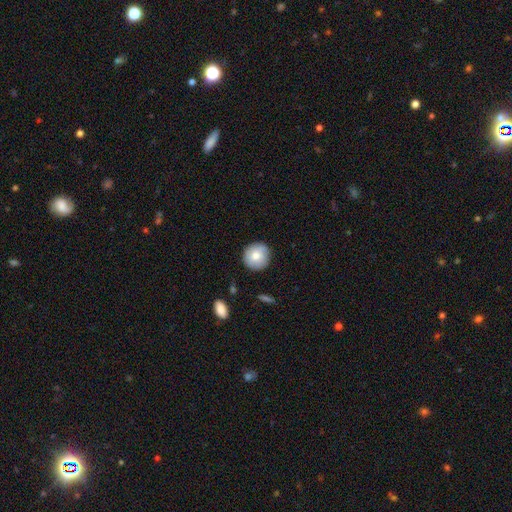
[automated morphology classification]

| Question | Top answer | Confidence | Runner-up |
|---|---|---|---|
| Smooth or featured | smooth | 72% | featured or disk (20%) |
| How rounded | round | 93% | in between (6%) |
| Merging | none | 85% | minor disturbance (11%) |